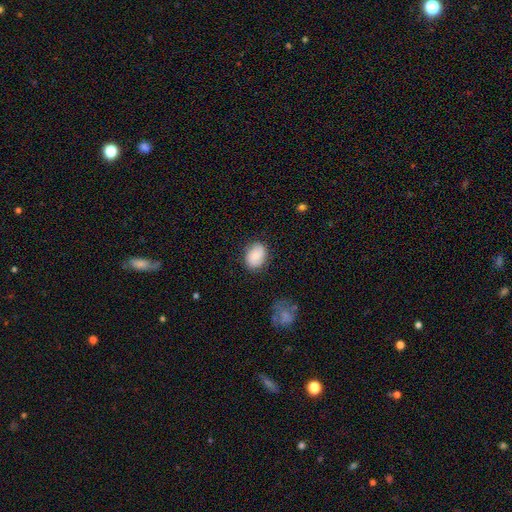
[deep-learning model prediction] Smooth or featured? smooth (79%)
How rounded? in between (67%)
Merging? none (79%)